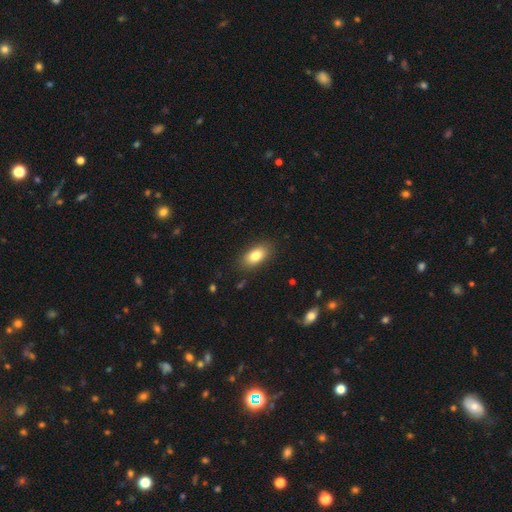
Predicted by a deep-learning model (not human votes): smooth 82%, featured or disk 11%, star or artifact 8%. Down the decision tree: how rounded — in between (90%); merging — none (86%).